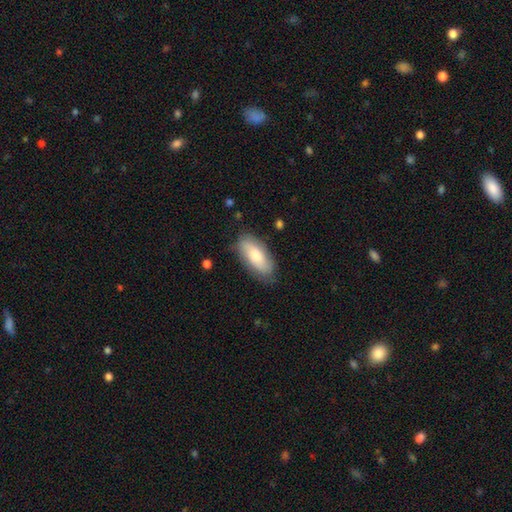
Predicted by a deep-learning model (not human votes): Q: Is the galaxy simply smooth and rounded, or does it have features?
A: smooth — 68%.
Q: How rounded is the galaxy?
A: in between — 87%.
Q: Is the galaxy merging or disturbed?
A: none — 77%.